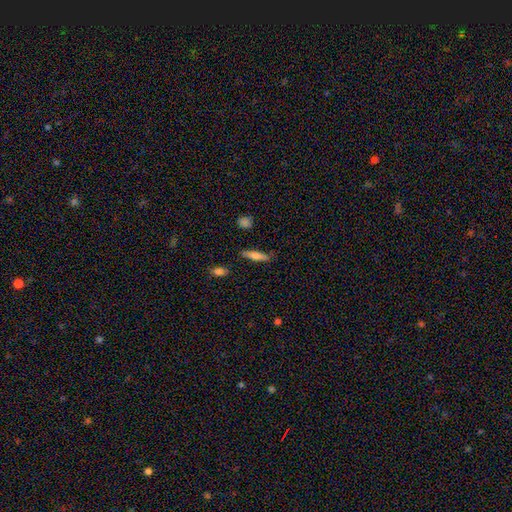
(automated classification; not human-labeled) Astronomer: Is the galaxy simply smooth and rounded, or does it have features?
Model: smooth — 64%.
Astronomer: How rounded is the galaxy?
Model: cigar-shaped — 78%.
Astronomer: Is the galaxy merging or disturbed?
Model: none — 83%.